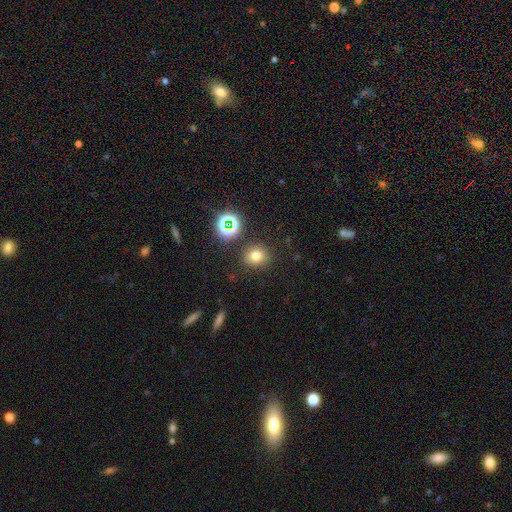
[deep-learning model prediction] Smooth or featured: smooth — 73% (star or artifact — 20%)
How rounded: round — 79% (in between — 20%)
Merging: none — 84% (minor disturbance — 9%)